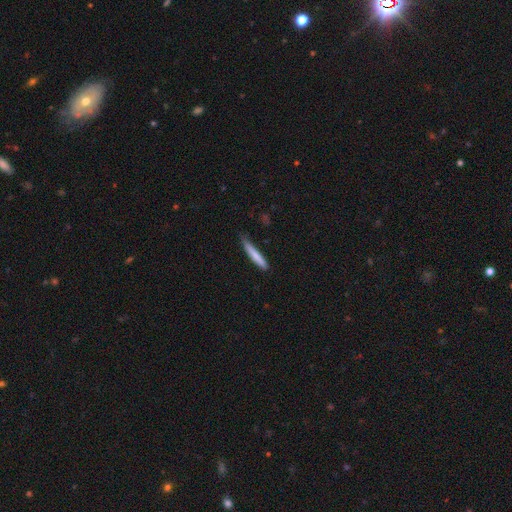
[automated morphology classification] Overall: smooth (77%). How rounded: cigar-shaped (94%). Merging: none (72%).